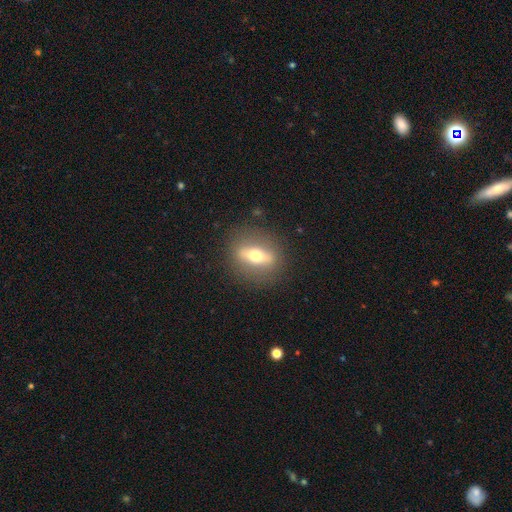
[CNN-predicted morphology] Smooth or featured: featured or disk — 53% (smooth — 38%)
Edge-on disk: yes — 56% (no — 44%)
Merging: none — 85% (minor disturbance — 9%)